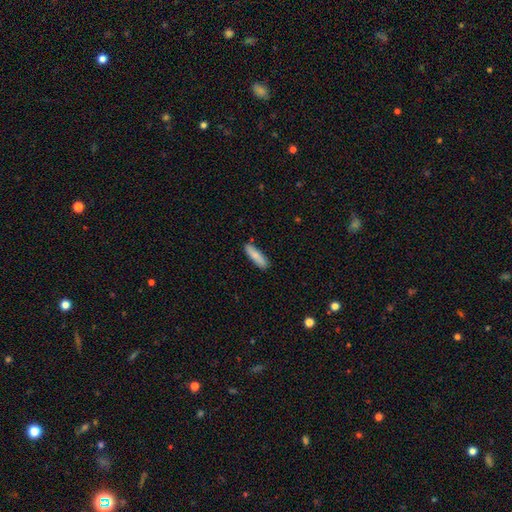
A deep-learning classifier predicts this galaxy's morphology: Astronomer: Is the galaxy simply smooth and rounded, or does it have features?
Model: smooth — 82%.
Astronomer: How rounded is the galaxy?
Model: cigar-shaped — 68%.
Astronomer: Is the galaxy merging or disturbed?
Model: none — 84%.